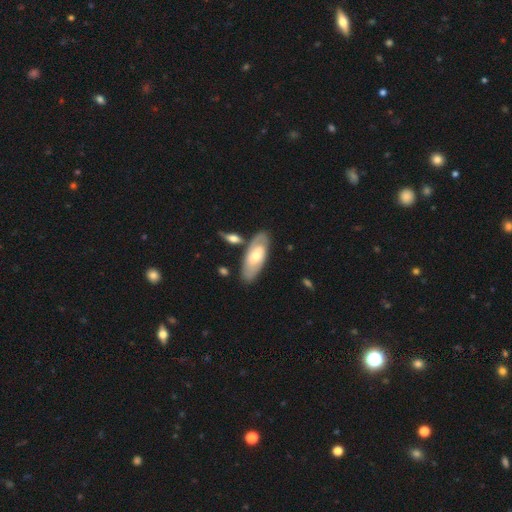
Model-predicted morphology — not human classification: smooth_or_featured: featured or disk (p=0.53) [alt: smooth p=0.43]
disk_edge_on: no (p=0.82) [alt: yes p=0.18]
merging: none (p=0.72) [alt: minor disturbance p=0.14]